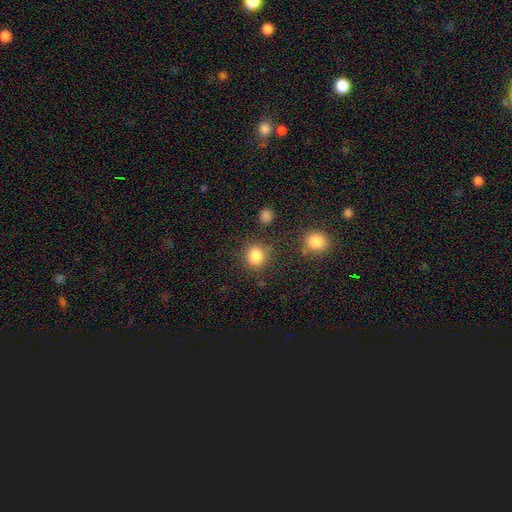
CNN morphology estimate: This appears to be a smooth galaxy with no disk features (84%) that is round (82%). Merging: none (80%).